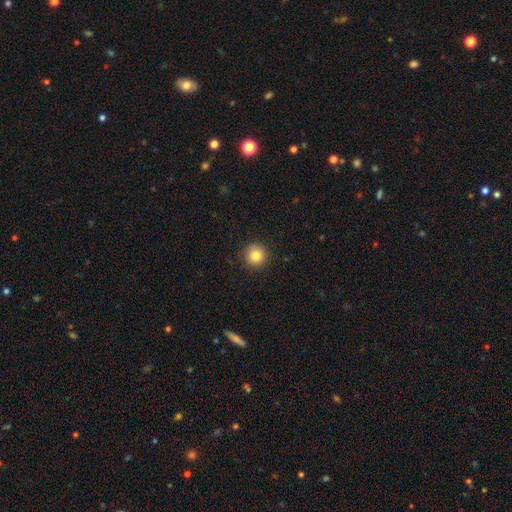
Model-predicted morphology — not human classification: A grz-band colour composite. It shows a smooth galaxy with no disk features (83%) that is round (95%). Merging: none (90%).